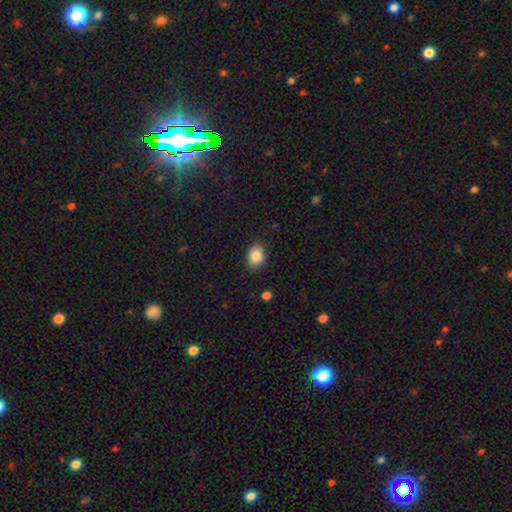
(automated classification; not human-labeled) smooth-or-featured: smooth: 86% | star or artifact: 9% | featured or disk: 5%
  how-rounded: in between: 58% | round: 41% | cigar-shaped: 1%
  merging: none: 87% | minor disturbance: 9% | major disturbance: 2% | merger: 1%